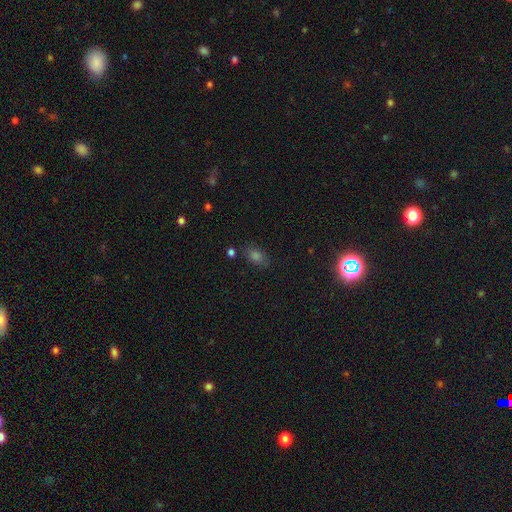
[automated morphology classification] This is likely a smooth galaxy (61%). How rounded: likely in between (76%). Merging: clearly none (81%).